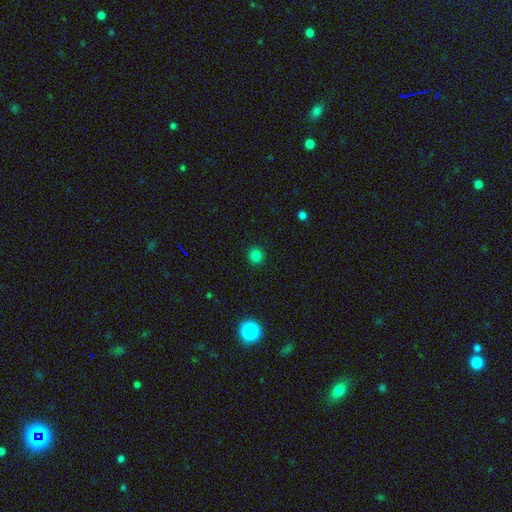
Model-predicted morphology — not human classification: This appears to be a smooth galaxy with no disk features (81%) that is round (93%). Merging: none (92%).